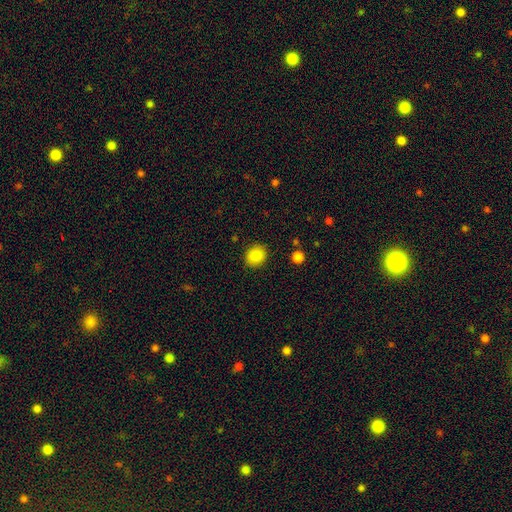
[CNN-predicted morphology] The model was most divided on "how rounded": round: 74%, in between: 25%, cigar-shaped: 1%. More confident: merging — none (88%); smooth or featured — smooth (87%).